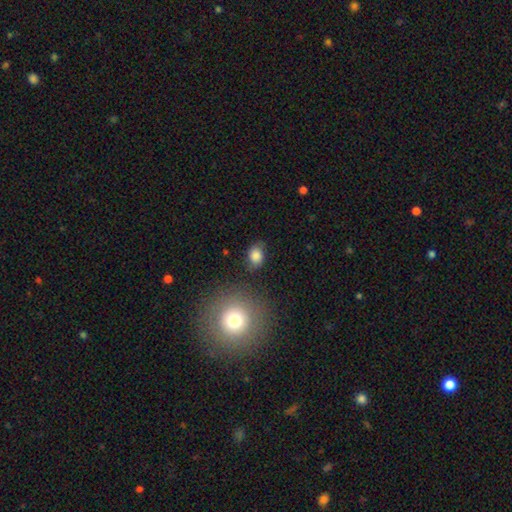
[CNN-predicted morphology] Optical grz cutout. It shows a smooth galaxy with no disk features (82%) that is in between round and cigar-shaped (60%). Merging: none (72%).